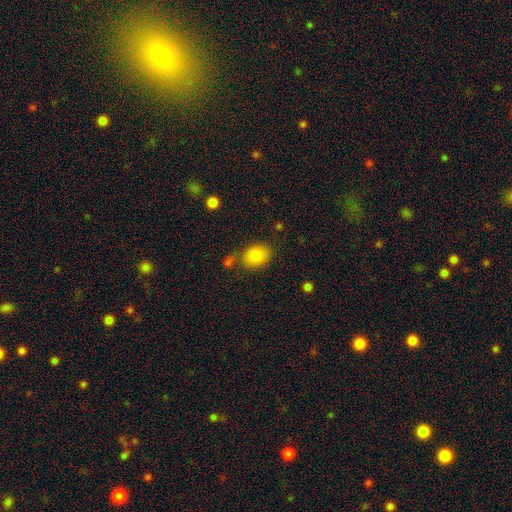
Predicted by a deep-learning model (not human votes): smooth_or_featured: smooth (p=0.84) [alt: star or artifact p=0.08]
how_rounded: in between (p=0.62) [alt: round p=0.37]
merging: none (p=0.68) [alt: minor disturbance p=0.15]